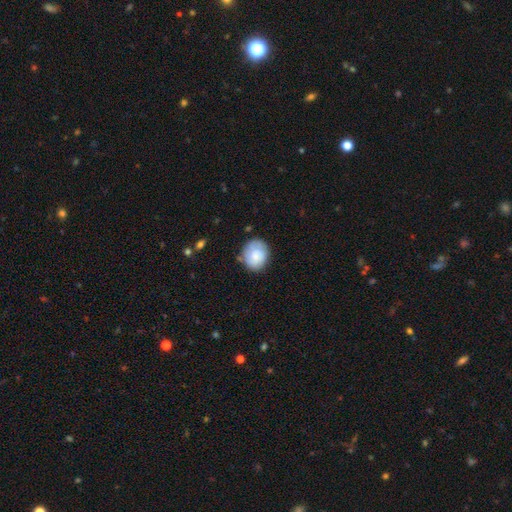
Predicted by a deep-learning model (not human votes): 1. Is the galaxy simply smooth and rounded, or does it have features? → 76% smooth, 17% featured or disk, 7% star or artifact.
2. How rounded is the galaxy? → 67% round, 32% in between, 1% cigar-shaped.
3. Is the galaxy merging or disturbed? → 72% none, 20% minor disturbance, 5% major disturbance, 2% merger.